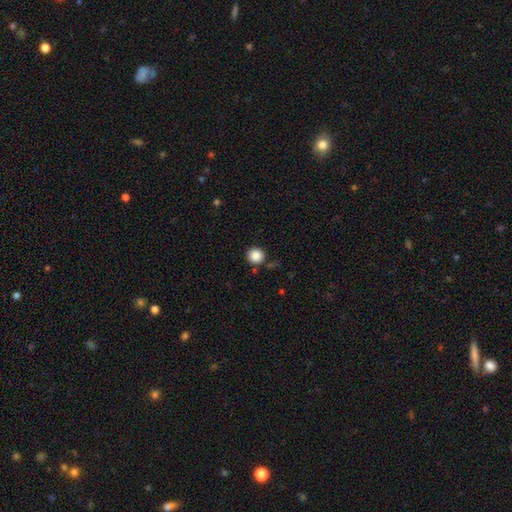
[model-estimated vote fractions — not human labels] Morphology: type=smooth (87%); roundness=round (94%); merging=none (85%).